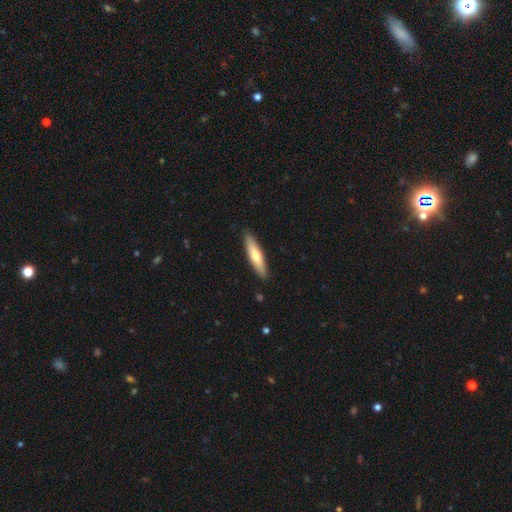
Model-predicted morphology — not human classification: smooth 62%, featured or disk 33%, star or artifact 5%. Down the decision tree: how rounded — cigar-shaped (79%); merging — none (90%).